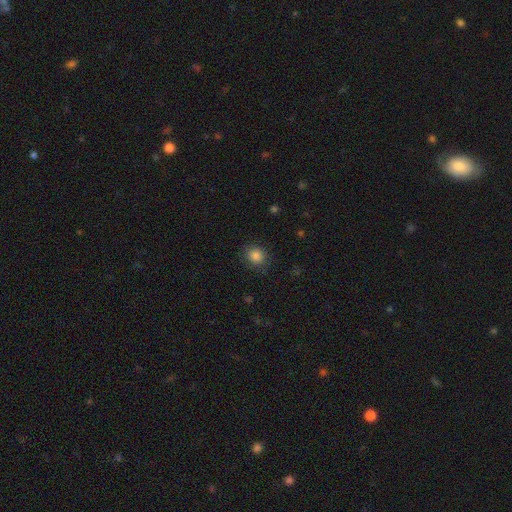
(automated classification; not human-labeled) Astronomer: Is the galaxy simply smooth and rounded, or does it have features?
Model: smooth — 85%.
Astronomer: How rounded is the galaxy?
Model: round — 73%.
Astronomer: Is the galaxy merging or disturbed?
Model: none — 83%.